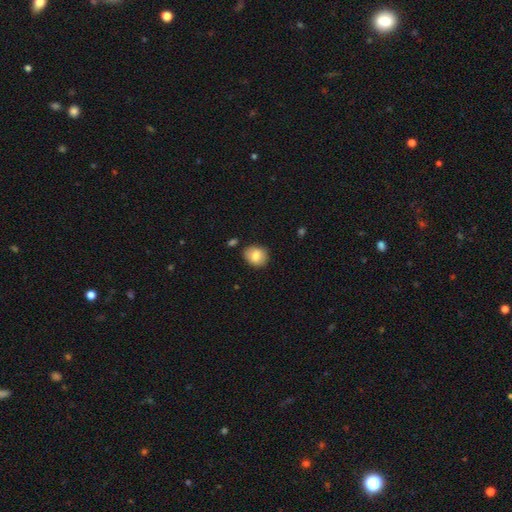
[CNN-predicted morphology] smooth_or_featured: smooth (p=0.83) [alt: featured or disk p=0.09]
how_rounded: round (p=0.65) [alt: in between p=0.34]
merging: none (p=0.84) [alt: minor disturbance p=0.11]